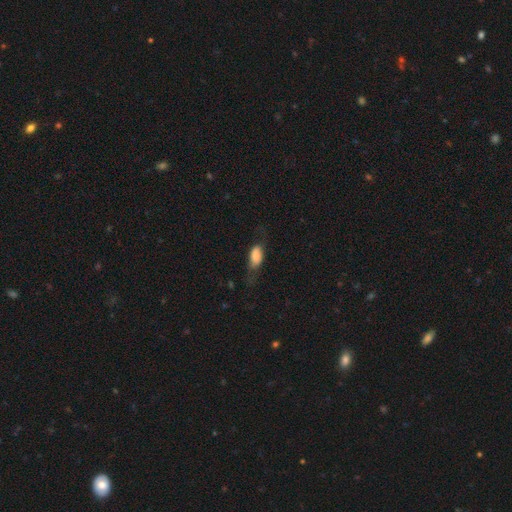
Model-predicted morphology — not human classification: Smooth or featured: smooth — 74% (featured or disk — 18%)
How rounded: in between — 85% (cigar-shaped — 11%)
Merging: none — 46% (minor disturbance — 28%)